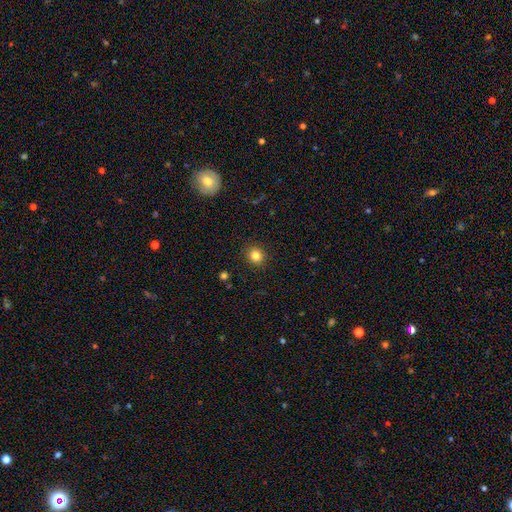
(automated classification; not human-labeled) A smooth galaxy with no disk features (83%) that is round (85%). Merging: none (90%).